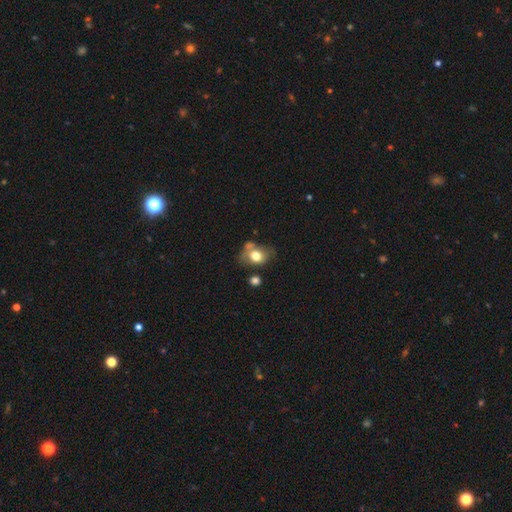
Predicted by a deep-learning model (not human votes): This is likely a smooth galaxy (69%). How rounded: possibly in between (60%). Merging: marginally none (43%).